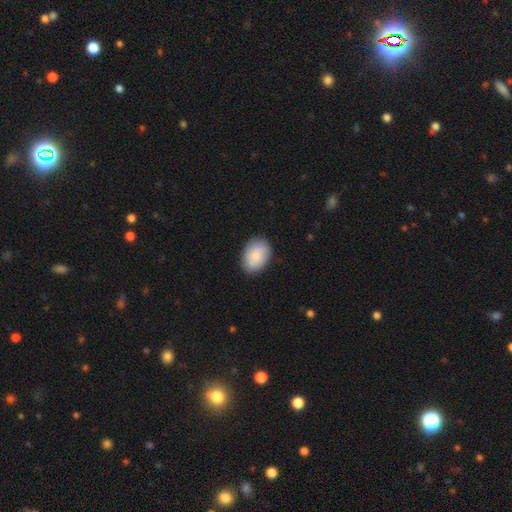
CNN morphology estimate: Q: Smooth or featured?
A: smooth (88%); runner-up: featured or disk (7%)
Q: How rounded?
A: in between (83%); runner-up: round (16%)
Q: Merging?
A: none (86%); runner-up: minor disturbance (11%)